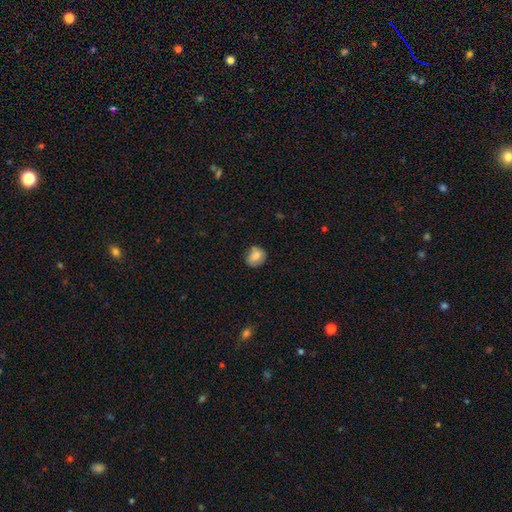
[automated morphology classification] This is clearly a smooth galaxy (80%). How rounded: likely round (65%). Merging: likely none (70%).